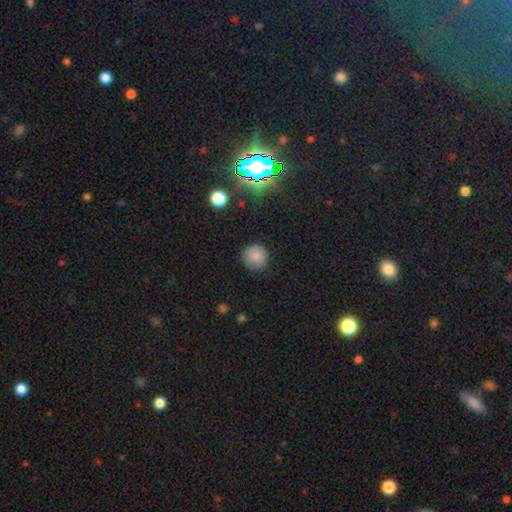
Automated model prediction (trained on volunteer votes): Smooth or featured? Predicted: smooth (p=0.83). How rounded? Predicted: round (p=0.93). Merging? Predicted: none (p=0.85).